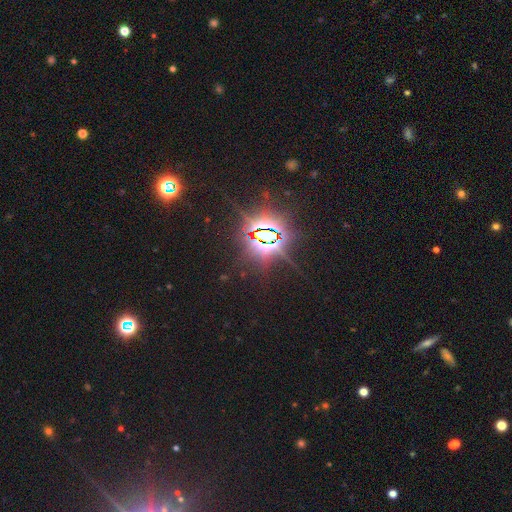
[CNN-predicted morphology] type=star or artifact (85%).